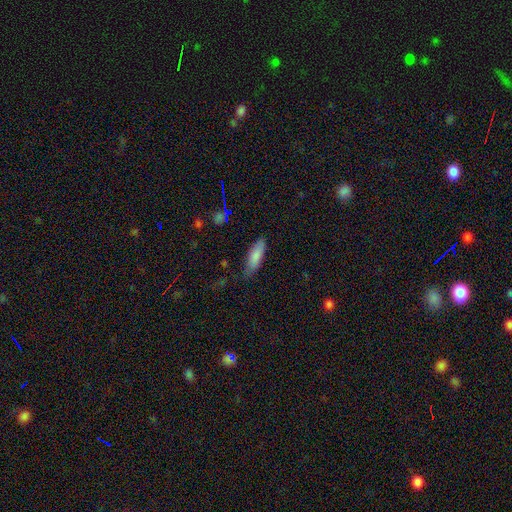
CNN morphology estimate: smooth_or_featured: smooth (p=0.84) [alt: featured or disk p=0.09]
how_rounded: in between (p=0.61) [alt: cigar-shaped p=0.38]
merging: none (p=0.72) [alt: minor disturbance p=0.21]